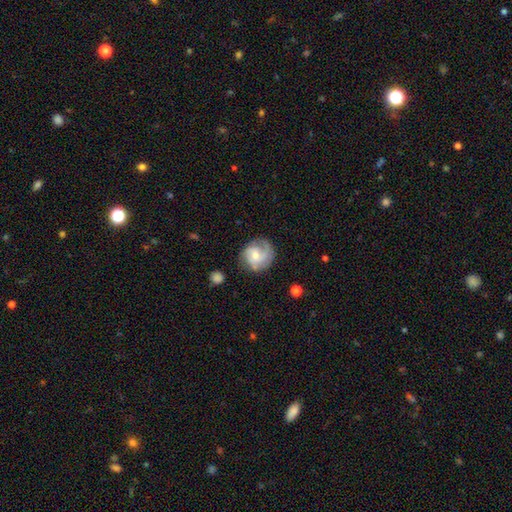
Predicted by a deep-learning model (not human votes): A featured or disk galaxy (70%) with no bar (61%), 2 (44%) medium (42%) spiral arms (92%) and a moderate central bulge (48%).

Vote fractions:
- Smooth or featured? featured or disk: 70% / smooth: 23% / star or artifact: 6%
- Edge-on disk? no: 98% / yes: 2%
- Bar? no: 61% / weak: 33% / strong: 5%
- Spiral arms? yes: 92% / no: 8%
- Spiral winding? medium: 42% / tight: 41% / loose: 17%
- Spiral arm count? 2: 44% / 1: 18% / can't tell: 17% / 3: 15% / 4: 3% / more than 4: 2%
- Bulge size? moderate: 48% / small: 45% / large: 3% / none: 3% / dominant: 1%
- Merging? none: 67% / minor disturbance: 20% / major disturbance: 10% / merger: 2%